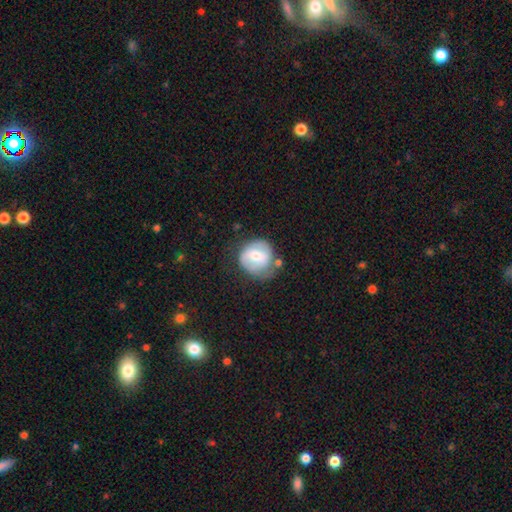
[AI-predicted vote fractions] A smooth galaxy with no disk features (50%) that is round (84%).

Vote fractions:
- Smooth or featured? smooth: 50% / featured or disk: 43% / star or artifact: 7%
- How rounded? round: 84% / in between: 15% / cigar-shaped: 1%
- Merging? none: 55% / minor disturbance: 26% / major disturbance: 12% / merger: 7%